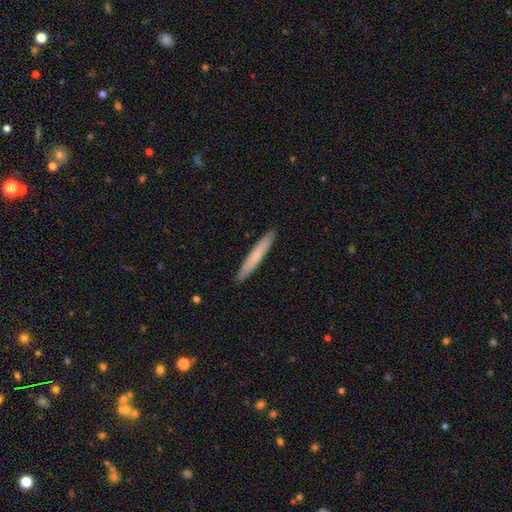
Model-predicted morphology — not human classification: Q: Smooth or featured?
A: smooth (64%); runner-up: featured or disk (30%)
Q: How rounded?
A: cigar-shaped (96%); runner-up: in between (3%)
Q: Merging?
A: none (92%); runner-up: minor disturbance (6%)